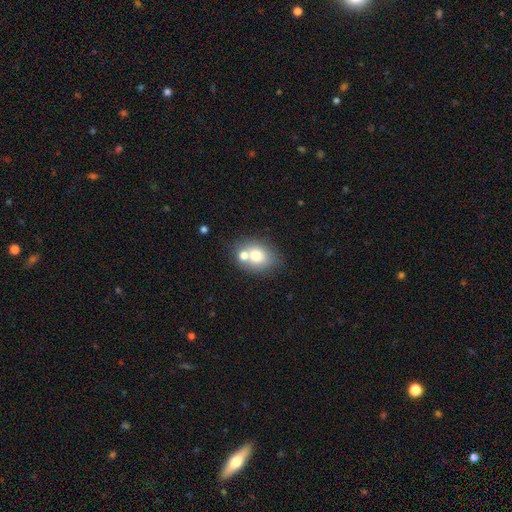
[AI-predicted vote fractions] This is likely a smooth galaxy (70%). How rounded: possibly in between (58%). Merging: possibly none (50%).